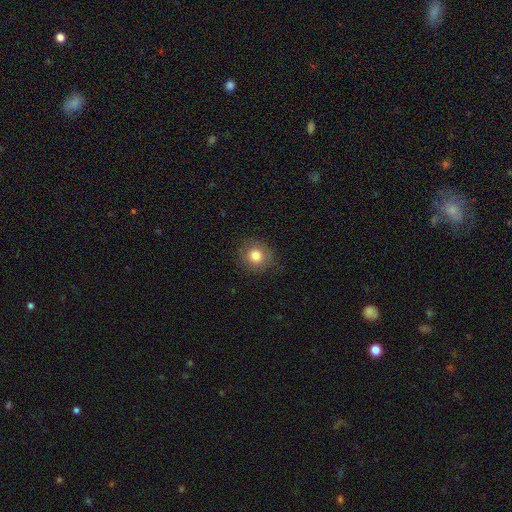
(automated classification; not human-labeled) Overall: smooth (79%). How rounded: round (86%). Merging: none (81%).